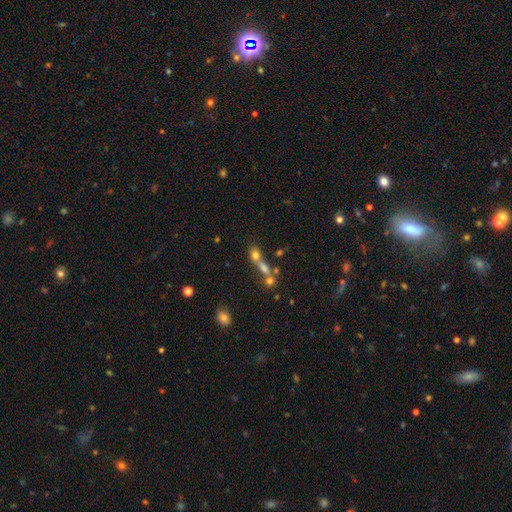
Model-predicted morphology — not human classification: Smooth or featured: smooth — 59% (featured or disk — 21%)
How rounded: in between — 46% (round — 39%)
Merging: merger — 53% (none — 32%)